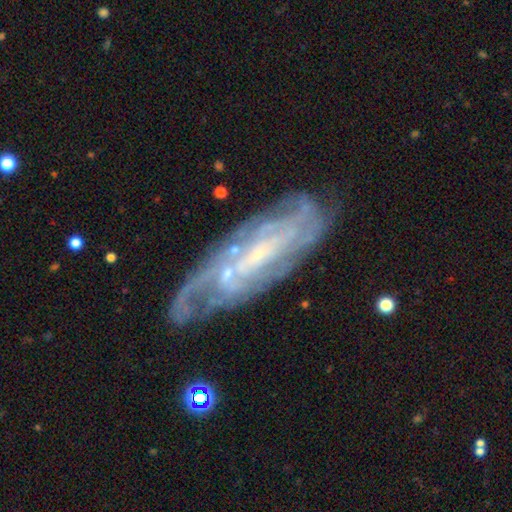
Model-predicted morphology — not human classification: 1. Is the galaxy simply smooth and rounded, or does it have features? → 86% featured or disk, 7% smooth, 7% star or artifact.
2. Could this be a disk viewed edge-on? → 87% no, 13% yes.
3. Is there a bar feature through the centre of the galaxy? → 39% weak, 36% no, 25% strong.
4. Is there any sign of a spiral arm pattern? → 95% yes, 5% no.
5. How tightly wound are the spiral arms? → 63% tight, 30% medium, 7% loose.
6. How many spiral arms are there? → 36% can't tell, 17% 4, 17% 3, 16% 2, 9% more than 4, 6% 1.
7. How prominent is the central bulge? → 76% small, 14% moderate, 8% none, 1% large, 1% dominant.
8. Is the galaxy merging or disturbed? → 71% none, 18% minor disturbance, 8% major disturbance, 4% merger.